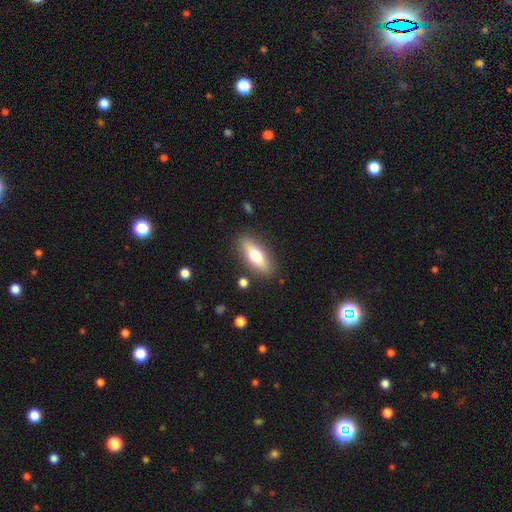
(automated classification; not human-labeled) Smooth or featured: smooth — 56% (featured or disk — 37%)
How rounded: in between — 60% (cigar-shaped — 36%)
Merging: none — 86% (minor disturbance — 9%)